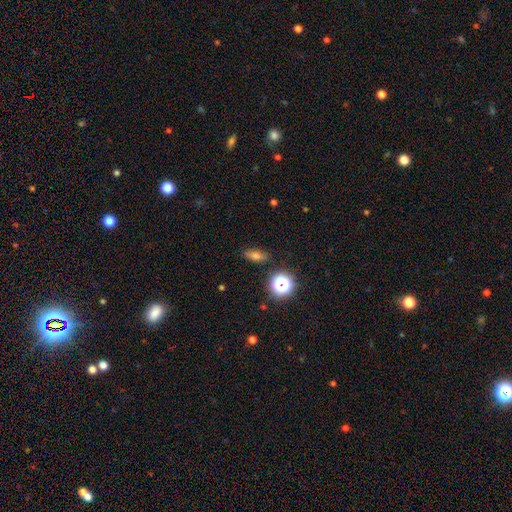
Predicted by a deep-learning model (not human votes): Morphology: type=smooth (64%); roundness=in between (67%); merging=none (87%).